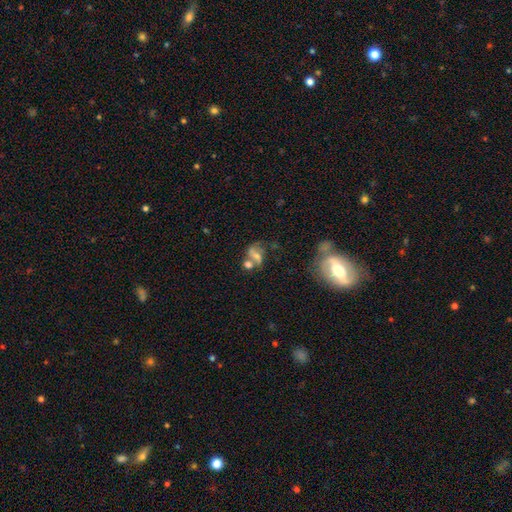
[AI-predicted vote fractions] Smooth or featured? featured or disk (43%)
Merging? merger (42%)